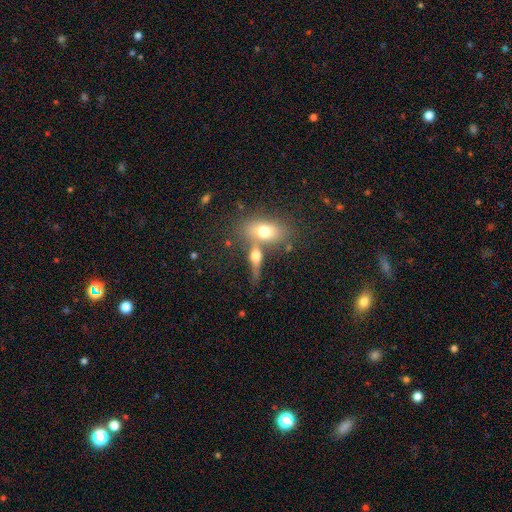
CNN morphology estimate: smooth 49%, featured or disk 40%, star or artifact 10%. Down the decision tree: merging — none (42%).